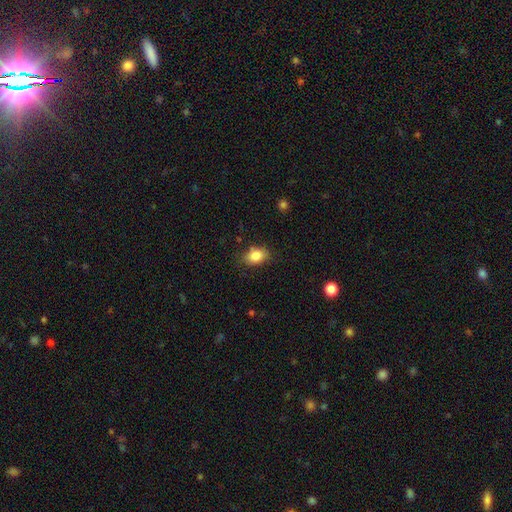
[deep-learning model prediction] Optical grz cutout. It shows a smooth galaxy with no disk features (85%) that is in between round and cigar-shaped (76%). Merging: none (80%).